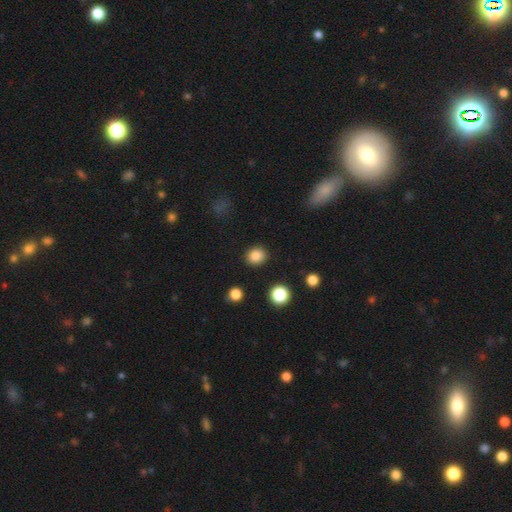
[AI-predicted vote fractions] Smooth or featured? Predicted: smooth (p=0.85). How rounded? Predicted: round (p=0.75). Merging? Predicted: none (p=0.89).